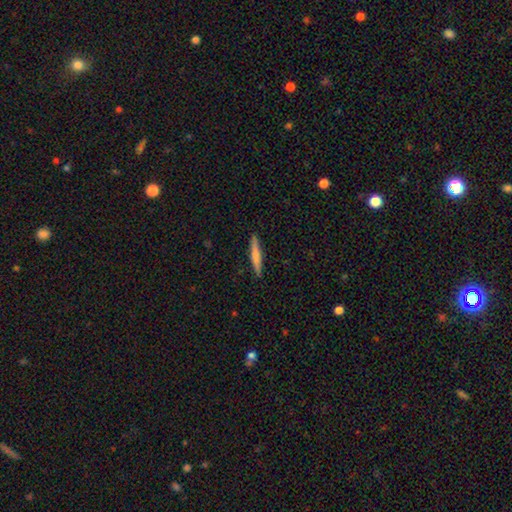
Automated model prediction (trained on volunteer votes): Smooth or featured: smooth — 68% (featured or disk — 27%)
How rounded: cigar-shaped — 94% (in between — 5%)
Merging: none — 90% (minor disturbance — 7%)